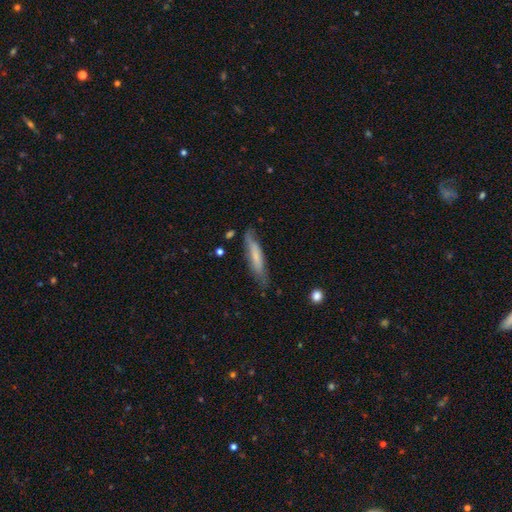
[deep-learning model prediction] Q: Smooth or featured?
A: smooth (57%); runner-up: featured or disk (36%)
Q: How rounded?
A: cigar-shaped (84%); runner-up: in between (15%)
Q: Merging?
A: none (70%); runner-up: minor disturbance (22%)